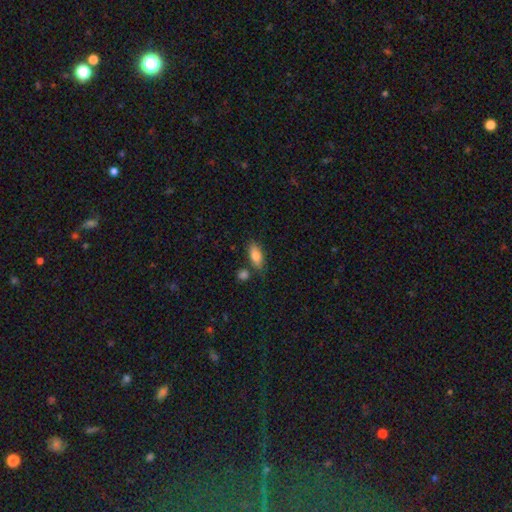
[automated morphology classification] Smooth or featured? smooth (79%)
How rounded? in between (79%)
Merging? none (72%)